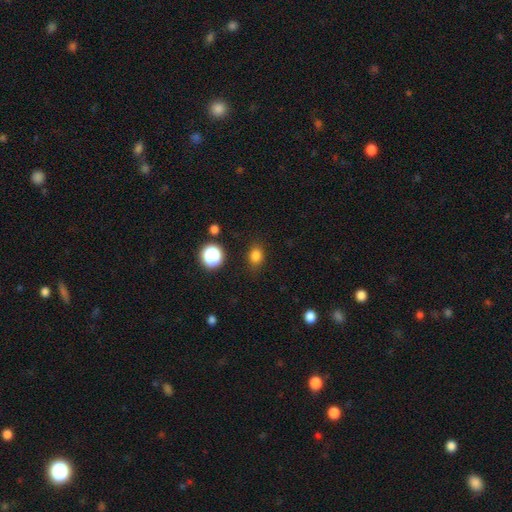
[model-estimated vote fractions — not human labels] The model was most divided on "how rounded": in between: 58%, round: 40%, cigar-shaped: 1%. More confident: merging — none (83%); smooth or featured — smooth (81%).